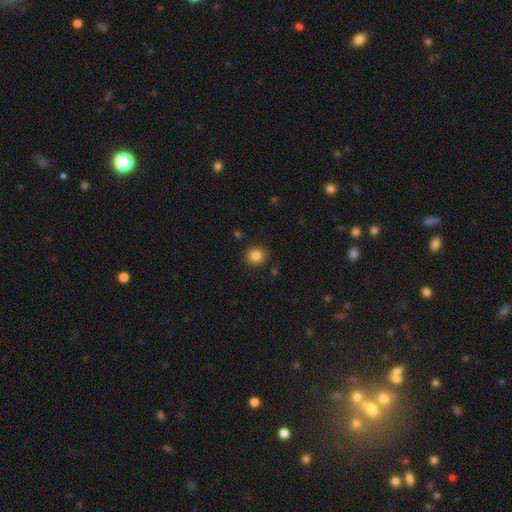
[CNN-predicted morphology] This appears to be a smooth galaxy with no disk features (84%) that is round (87%). Merging: none (89%).